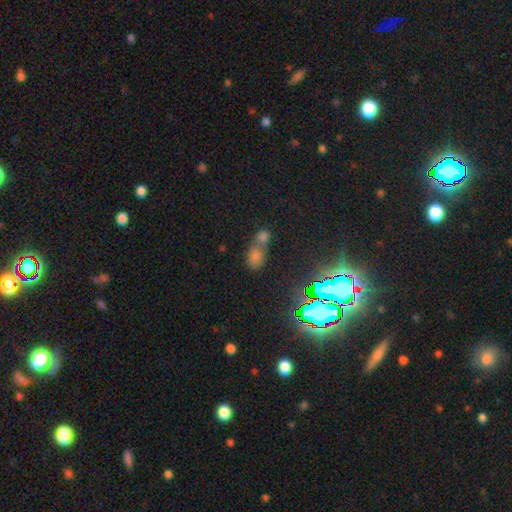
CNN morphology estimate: This appears to be a smooth galaxy with no disk features (66%) that is in between round and cigar-shaped (66%). Merging: merger (62%).